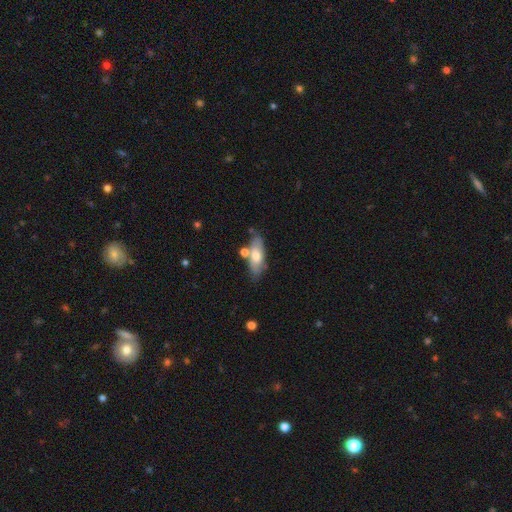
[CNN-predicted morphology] Q: Smooth or featured?
A: smooth (62%); runner-up: featured or disk (31%)
Q: How rounded?
A: in between (72%); runner-up: cigar-shaped (24%)
Q: Merging?
A: none (63%); runner-up: minor disturbance (18%)